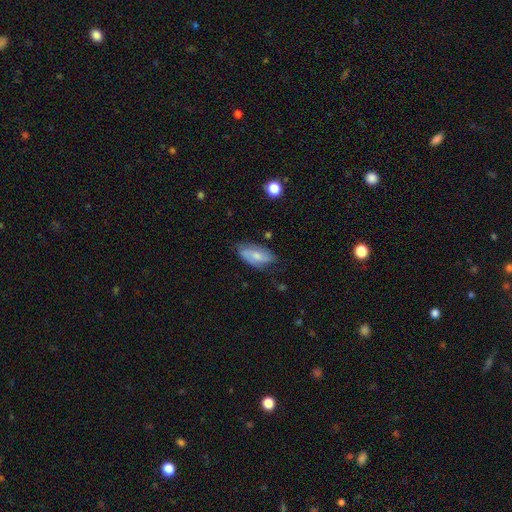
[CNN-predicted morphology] Smooth or featured? Predicted: smooth (p=0.52). How rounded? Predicted: in between (p=0.88). Merging? Predicted: none (p=0.67).